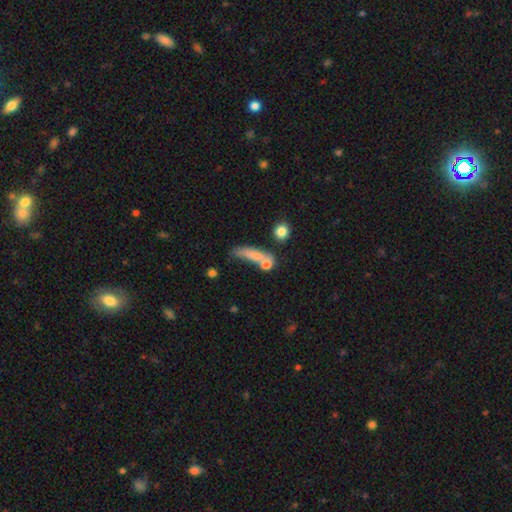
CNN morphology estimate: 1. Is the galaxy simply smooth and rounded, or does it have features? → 70% smooth, 19% featured or disk, 11% star or artifact.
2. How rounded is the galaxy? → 55% cigar-shaped, 33% in between, 12% round.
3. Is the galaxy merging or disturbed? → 39% none, 23% merger, 20% minor disturbance, 18% major disturbance.